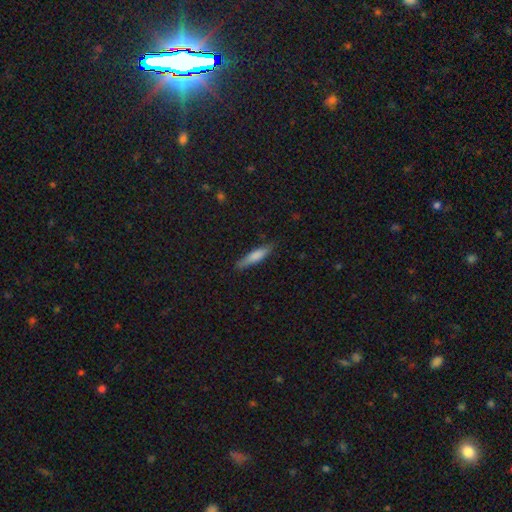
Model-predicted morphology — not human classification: The model was most divided on "smooth or featured": smooth: 73%, featured or disk: 21%, star or artifact: 6%. More confident: merging — none (84%); how rounded — cigar-shaped (82%).